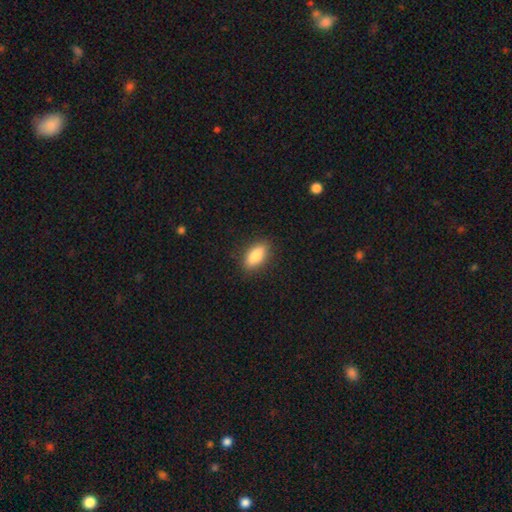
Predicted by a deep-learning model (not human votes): smooth 82%, featured or disk 11%, star or artifact 7%. Down the decision tree: how rounded — in between (83%); merging — none (87%).